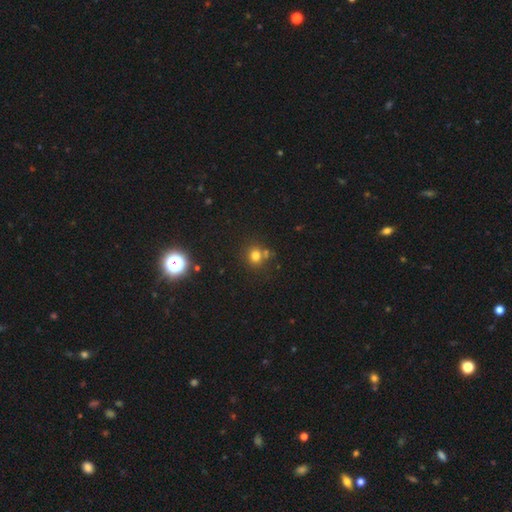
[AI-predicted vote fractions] Smooth or featured? Predicted: smooth (p=0.74). How rounded? Predicted: round (p=0.85). Merging? Predicted: none (p=0.68).